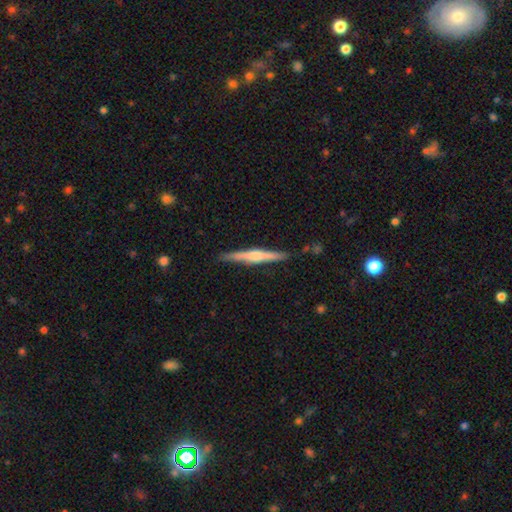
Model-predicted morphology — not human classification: Smooth or featured? Predicted: featured or disk (p=0.63). Edge-on disk? Predicted: yes (p=0.98). Edge-on bulge? Predicted: rounded (p=0.75). Merging? Predicted: none (p=0.87).